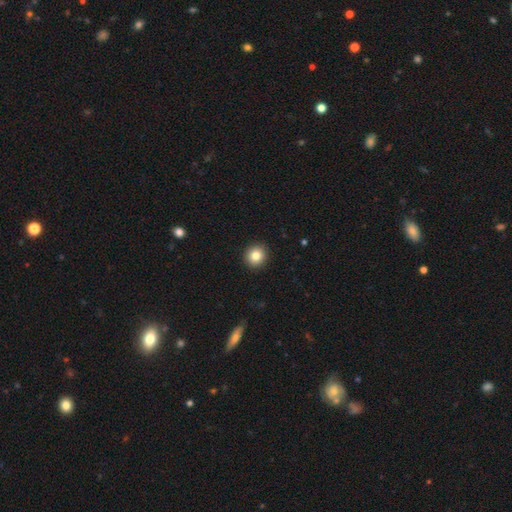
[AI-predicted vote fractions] Smooth or featured? Predicted: smooth (p=0.83). How rounded? Predicted: round (p=0.90). Merging? Predicted: none (p=0.92).